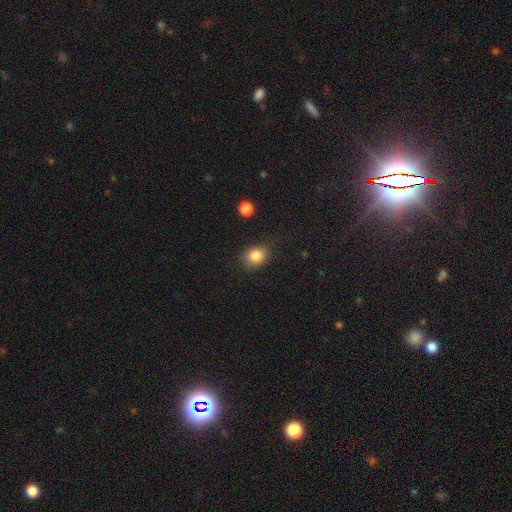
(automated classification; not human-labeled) smooth 84%, star or artifact 10%, featured or disk 6%. Down the decision tree: how rounded — round (58%); merging — none (78%).